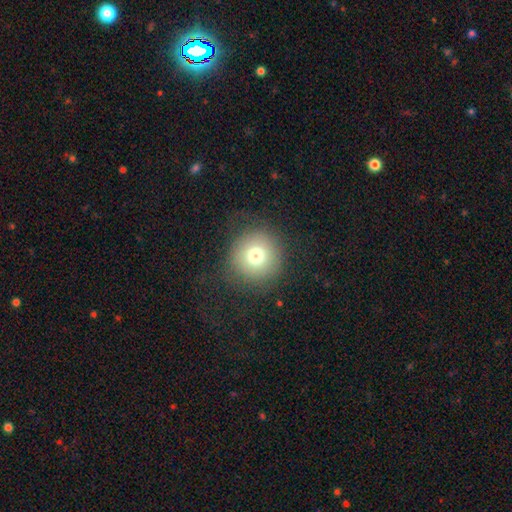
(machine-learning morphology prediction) Smooth or featured: smooth — 74% (star or artifact — 13%)
How rounded: round — 94% (in between — 5%)
Merging: none — 81% (minor disturbance — 10%)